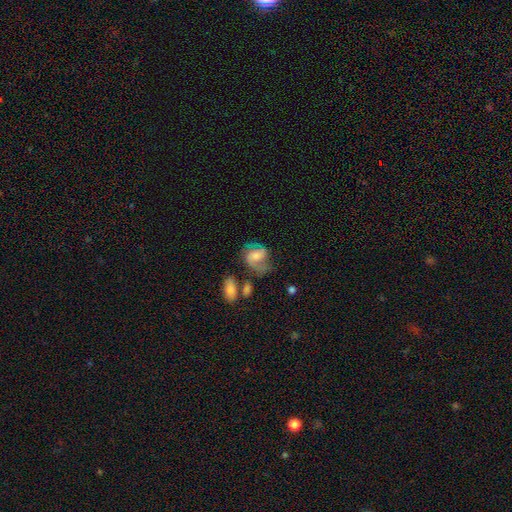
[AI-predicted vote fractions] Morphology: type=featured or disk (65%); edge-on=no (97%); bar=no (45%); spiral arms=yes (89%); winding=medium (50%); arm count=2 (80%); bulge=moderate (41%); merging=none (53%).